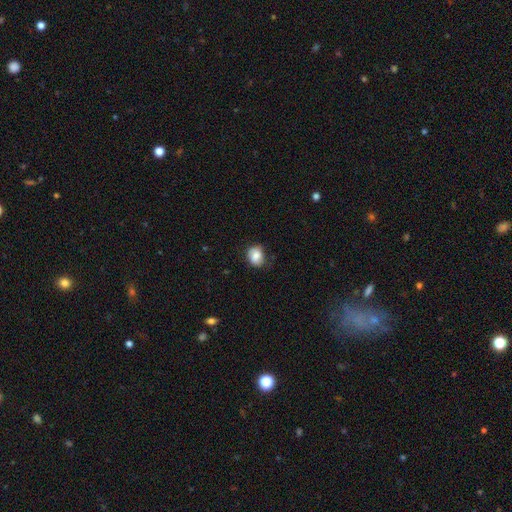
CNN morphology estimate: Smooth or featured: smooth — 83% (featured or disk — 9%)
How rounded: round — 51% (in between — 48%)
Merging: none — 67% (minor disturbance — 26%)